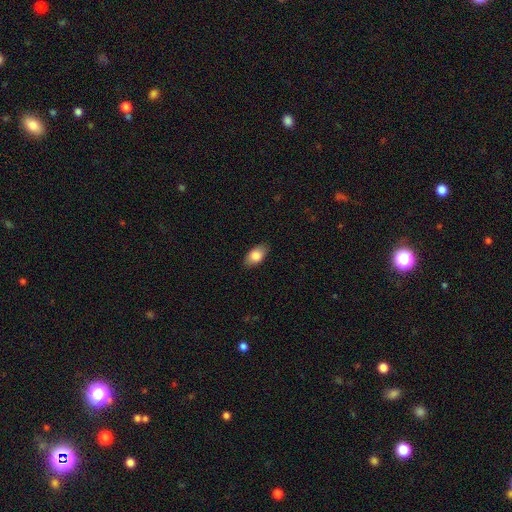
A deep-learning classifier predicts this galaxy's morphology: This appears to be a smooth galaxy with no disk features (84%) that is in between round and cigar-shaped (92%). Merging: none (86%).